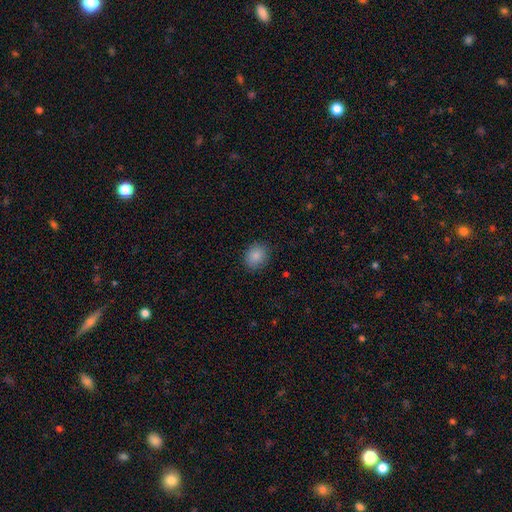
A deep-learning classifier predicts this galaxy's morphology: smooth-or-featured: smooth: 87% | star or artifact: 9% | featured or disk: 4%
  how-rounded: round: 59% | in between: 40% | cigar-shaped: 1%
  merging: none: 87% | minor disturbance: 9% | major disturbance: 3% | merger: 1%